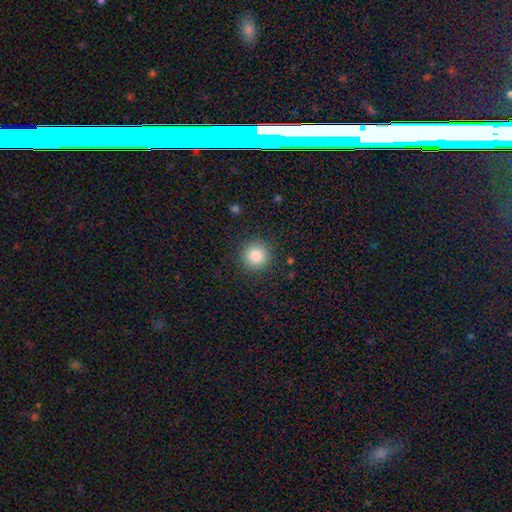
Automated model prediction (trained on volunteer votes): smooth 84%, star or artifact 10%, featured or disk 6%. Down the decision tree: how rounded — round (94%); merging — none (89%).